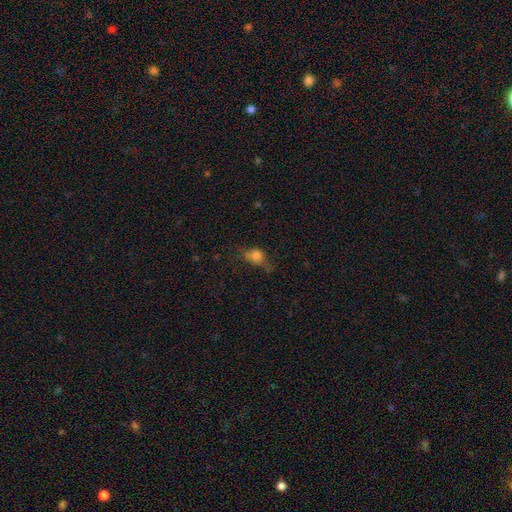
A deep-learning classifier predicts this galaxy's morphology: Smooth or featured?
  - smooth: 70% *
  - featured or disk: 15%
  - star or artifact: 14%
How rounded?
  - in between: 51% *
  - round: 45%
  - cigar-shaped: 5%
Merging?
  - none: 42% *
  - minor disturbance: 31%
  - major disturbance: 24%
  - merger: 4%